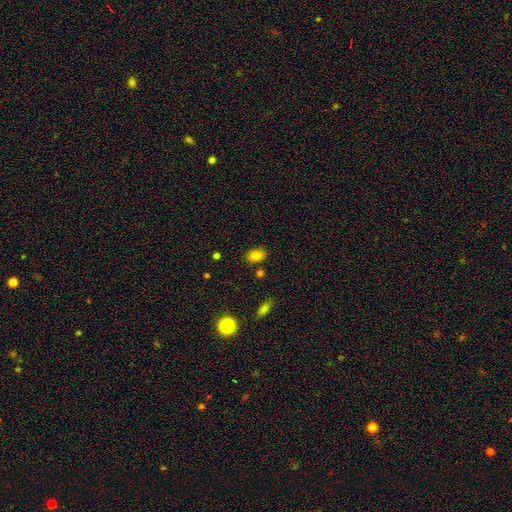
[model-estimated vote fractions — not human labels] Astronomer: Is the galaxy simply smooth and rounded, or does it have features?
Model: smooth — 82%.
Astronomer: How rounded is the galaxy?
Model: in between — 85%.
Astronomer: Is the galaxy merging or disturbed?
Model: none — 80%.